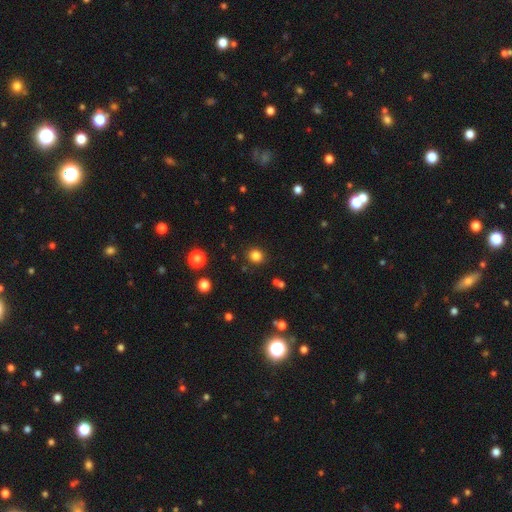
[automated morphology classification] Smooth or featured?
  - smooth: 82% *
  - star or artifact: 14%
  - featured or disk: 5%
How rounded?
  - round: 86% *
  - in between: 13%
  - cigar-shaped: 1%
Merging?
  - none: 88% *
  - minor disturbance: 7%
  - major disturbance: 3%
  - merger: 2%